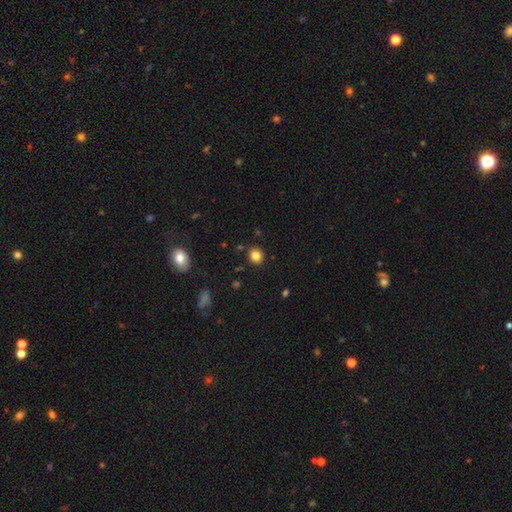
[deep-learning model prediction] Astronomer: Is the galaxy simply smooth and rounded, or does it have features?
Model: smooth — 83%.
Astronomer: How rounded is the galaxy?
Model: round — 77%.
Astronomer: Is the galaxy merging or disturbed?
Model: none — 89%.